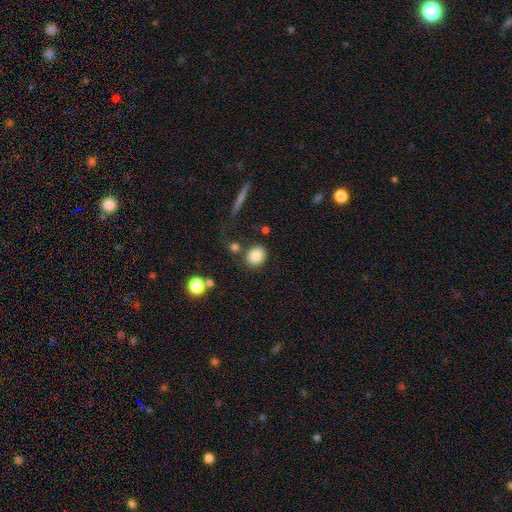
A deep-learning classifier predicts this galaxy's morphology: A smooth galaxy with no disk features (84%) that is round (63%). Merging: none (78%).